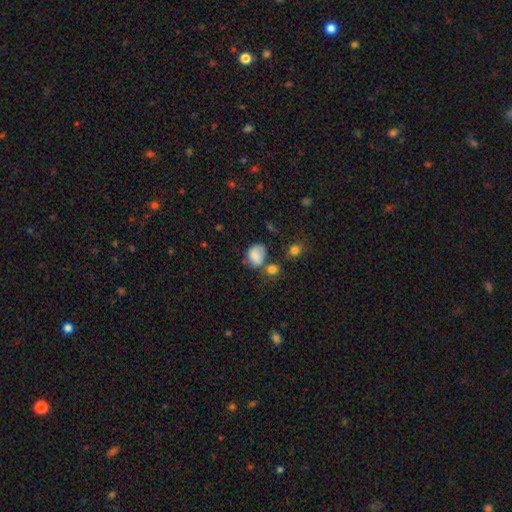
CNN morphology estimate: smooth_or_featured: smooth (p=0.77) [alt: featured or disk p=0.12]
how_rounded: in between (p=0.53) [alt: round p=0.46]
merging: none (p=0.43) [alt: minor disturbance p=0.27]